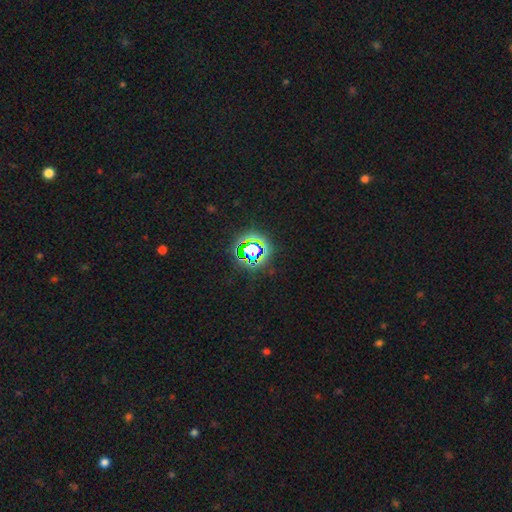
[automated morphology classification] This appears to be a star or artifact, not a galaxy (73%).